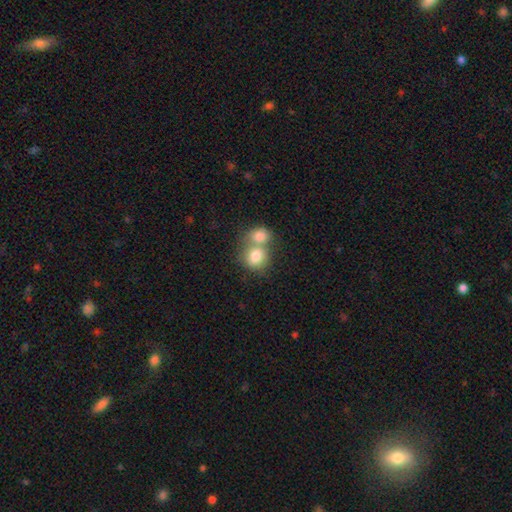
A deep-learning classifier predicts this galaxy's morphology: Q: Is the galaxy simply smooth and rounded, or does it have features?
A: smooth — 79%.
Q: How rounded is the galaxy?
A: round — 69%.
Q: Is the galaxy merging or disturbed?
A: merger — 63%.